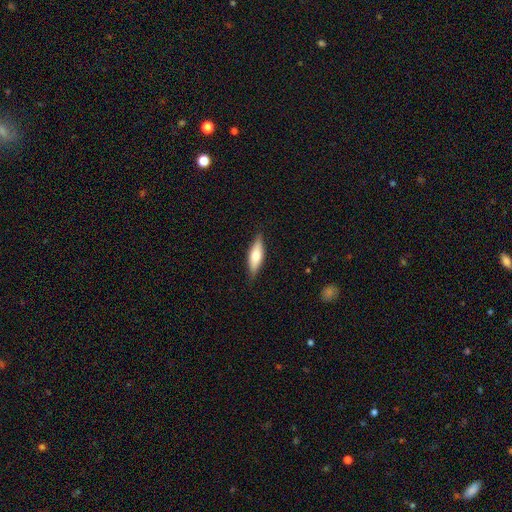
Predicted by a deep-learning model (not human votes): smooth-or-featured: smooth: 65% | featured or disk: 29% | star or artifact: 6%
  how-rounded: in between: 52% | cigar-shaped: 46% | round: 2%
  merging: none: 85% | minor disturbance: 12% | major disturbance: 2% | merger: 1%